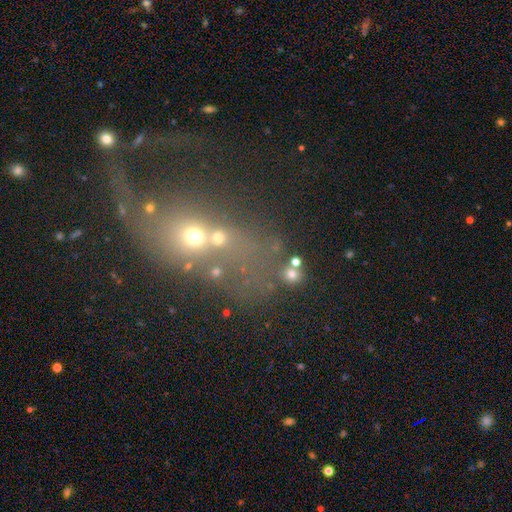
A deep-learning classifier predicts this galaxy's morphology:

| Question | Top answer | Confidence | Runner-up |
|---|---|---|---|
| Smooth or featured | featured or disk | 43% | smooth (29%) |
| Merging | merger | 46% | major disturbance (26%) |